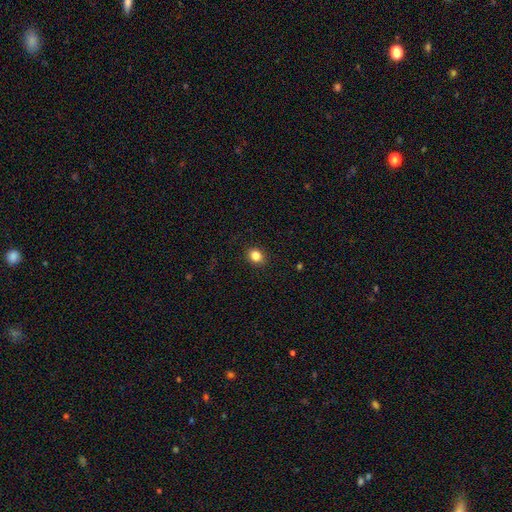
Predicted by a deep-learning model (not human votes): This is clearly a smooth galaxy (84%). How rounded: likely round (63%). Merging: clearly none (90%).